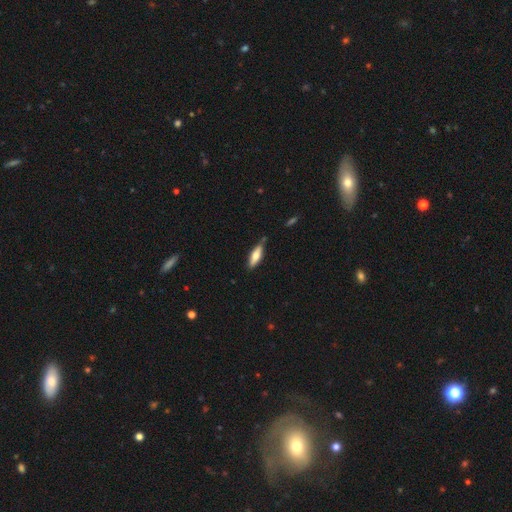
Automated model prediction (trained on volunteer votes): Smooth or featured? Predicted: smooth (p=0.68). How rounded? Predicted: cigar-shaped (p=0.55). Merging? Predicted: none (p=0.77).